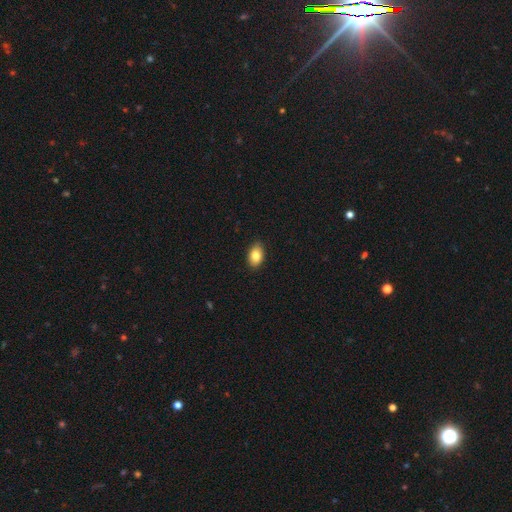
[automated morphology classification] Overall: smooth (83%). How rounded: in between (88%). Merging: none (87%).